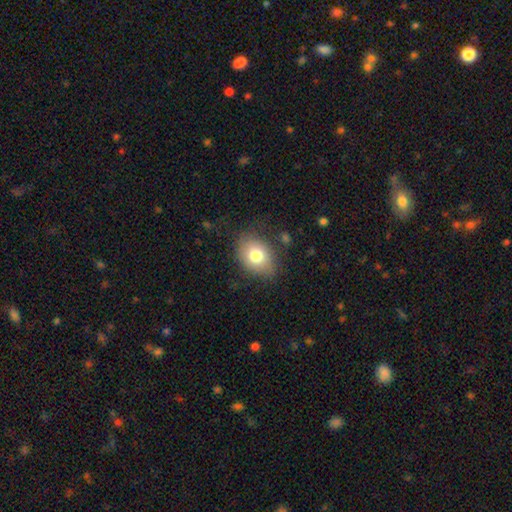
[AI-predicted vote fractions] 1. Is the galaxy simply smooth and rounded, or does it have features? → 79% smooth, 13% featured or disk, 9% star or artifact.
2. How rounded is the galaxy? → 62% in between, 37% round, 1% cigar-shaped.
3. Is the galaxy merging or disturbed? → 75% none, 17% minor disturbance, 6% major disturbance, 2% merger.